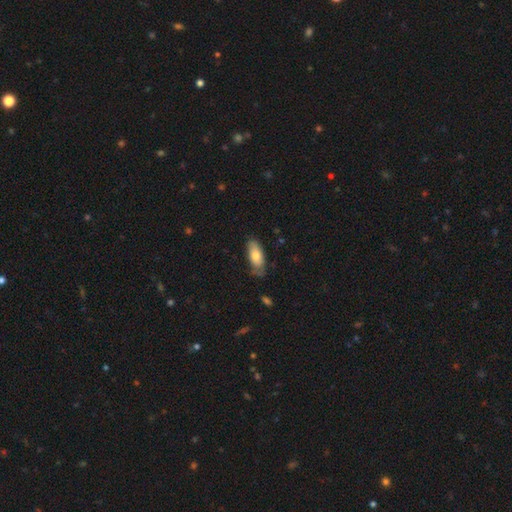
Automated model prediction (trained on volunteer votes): This appears to be a smooth galaxy with no disk features (72%) that is in between round and cigar-shaped (82%). Merging: none (62%).